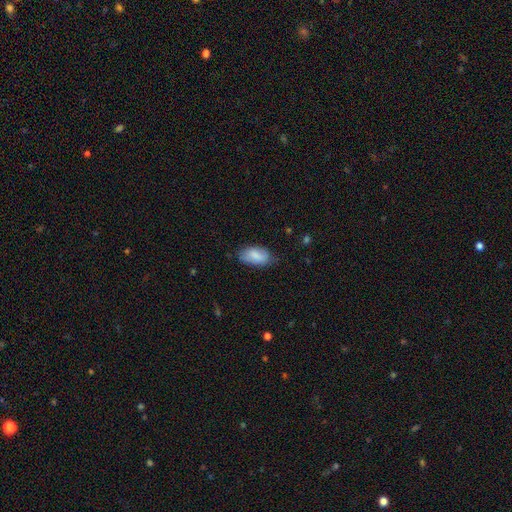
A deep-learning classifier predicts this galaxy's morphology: Smooth or featured: smooth — 83% (featured or disk — 11%)
How rounded: in between — 93% (cigar-shaped — 4%)
Merging: none — 70% (minor disturbance — 24%)